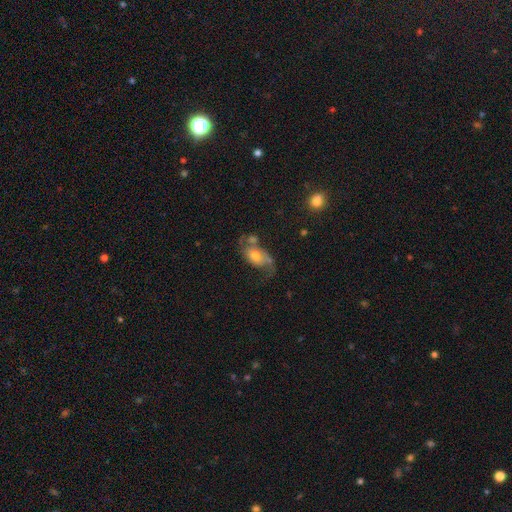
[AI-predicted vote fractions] The model was most divided on "merging": none: 37%, major disturbance: 28%, minor disturbance: 21%, merger: 14%. More confident: edge-on disk — no (95%); spiral arms — yes (79%); bar — no (70%); bulge size — moderate (61%); smooth or featured — featured or disk (58%).